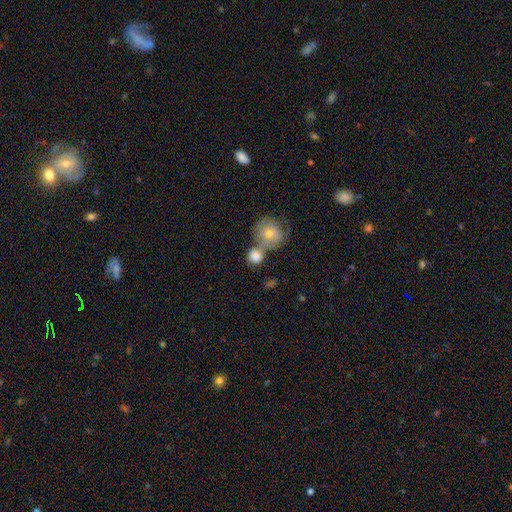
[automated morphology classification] Smooth or featured?
  - smooth: 80% *
  - featured or disk: 13%
  - star or artifact: 7%
How rounded?
  - round: 82% *
  - in between: 17%
  - cigar-shaped: 1%
Merging?
  - merger: 50% *
  - none: 35%
  - minor disturbance: 9%
  - major disturbance: 5%